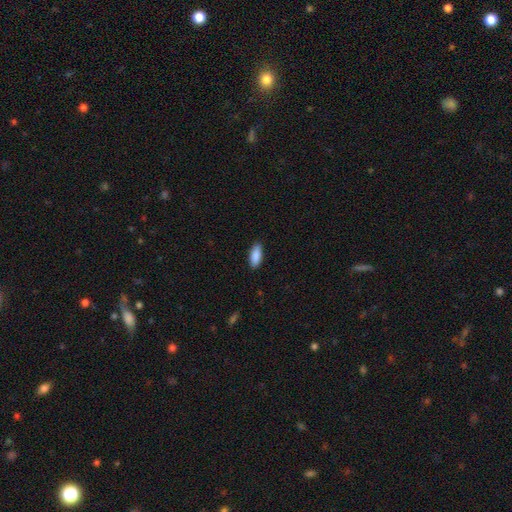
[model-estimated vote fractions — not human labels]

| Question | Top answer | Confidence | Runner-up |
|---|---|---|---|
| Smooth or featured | smooth | 90% | star or artifact (6%) |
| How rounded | in between | 80% | cigar-shaped (18%) |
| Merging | none | 88% | minor disturbance (9%) |